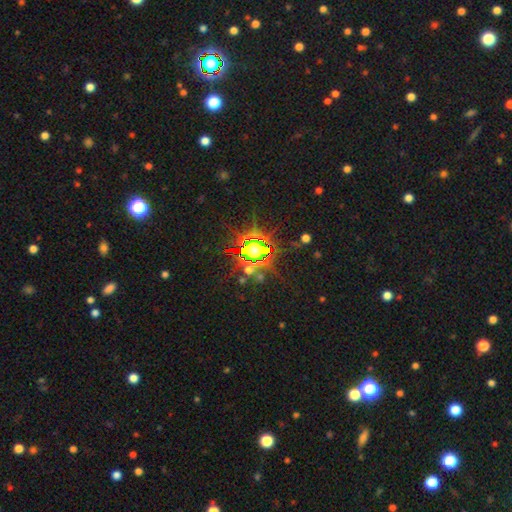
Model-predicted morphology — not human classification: This appears to be a star or artifact, not a galaxy (76%).